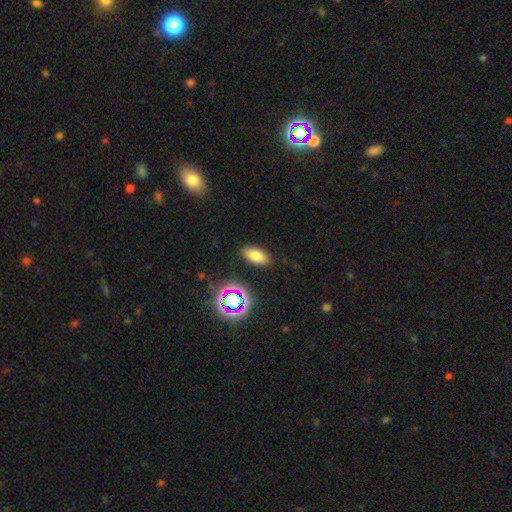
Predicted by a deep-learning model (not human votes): This is likely a smooth galaxy (74%). How rounded: clearly in between (88%). Merging: clearly none (87%).